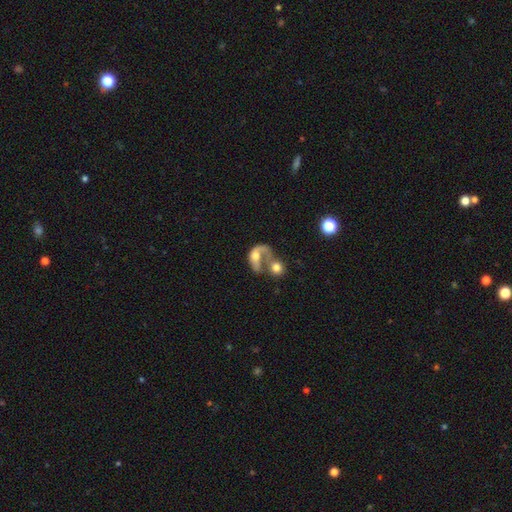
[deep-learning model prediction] Overall: featured or disk (52%; smooth 39%). Edge-on disk: no (95%). Merging: merger (63%).